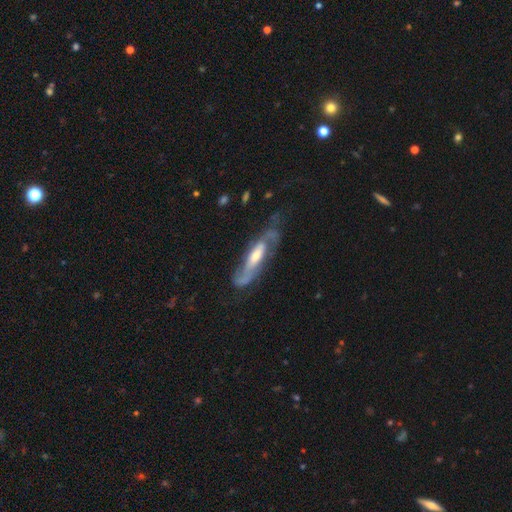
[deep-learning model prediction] Morphology: type=featured or disk (78%); edge-on=no (72%); bar=weak (38%); spiral arms=yes (87%); bulge=moderate (55%); merging=none (56%).